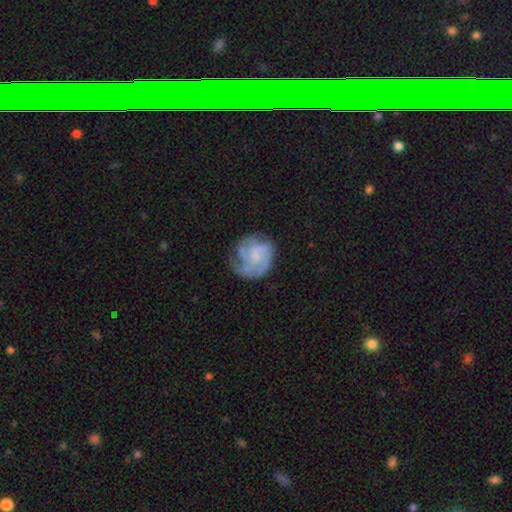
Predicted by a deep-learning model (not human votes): This is likely a featured or disk galaxy (77%). It is clearly not viewed edge-on (98%). Bar: likely no (71%). Spiral arm pattern: clearly yes (95%). Spiral arm count: marginally 3 (43%). Spiral winding: possibly tight (49%). Central bulge: marginally small (45%). Merging: likely none (65%).